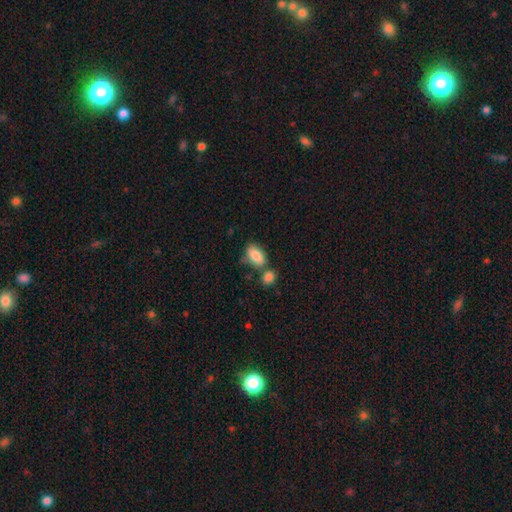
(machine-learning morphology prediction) A smooth galaxy with no disk features (84%) that is in between round and cigar-shaped (90%).

Vote fractions:
- Smooth or featured? smooth: 84% / featured or disk: 9% / star or artifact: 7%
- How rounded? in between: 90% / round: 6% / cigar-shaped: 3%
- Merging? none: 53% / merger: 24% / minor disturbance: 18% / major disturbance: 6%